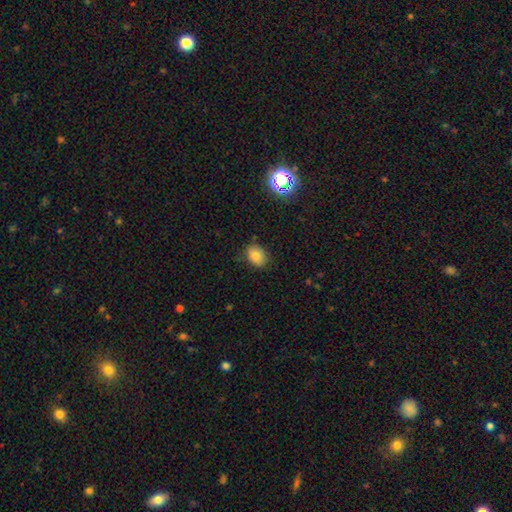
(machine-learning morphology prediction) A smooth galaxy with no disk features (80%) that is in between round and cigar-shaped (65%).

Vote fractions:
- Smooth or featured? smooth: 80% / star or artifact: 12% / featured or disk: 8%
- How rounded? in between: 65% / round: 34% / cigar-shaped: 1%
- Merging? none: 83% / minor disturbance: 13% / major disturbance: 3% / merger: 1%